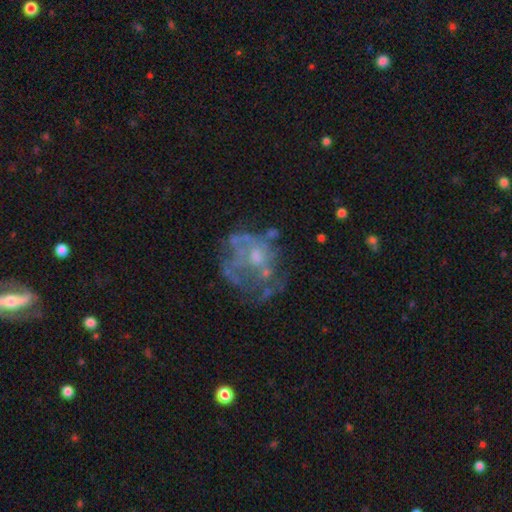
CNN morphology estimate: Smooth or featured: featured or disk — 65% (smooth — 20%)
Edge-on disk: no — 98% (yes — 2%)
Bar: no — 87% (weak — 11%)
Spiral arms: no — 79% (yes — 21%)
Bulge size: small — 36% (moderate — 34%)
Merging: none — 47% (major disturbance — 29%)